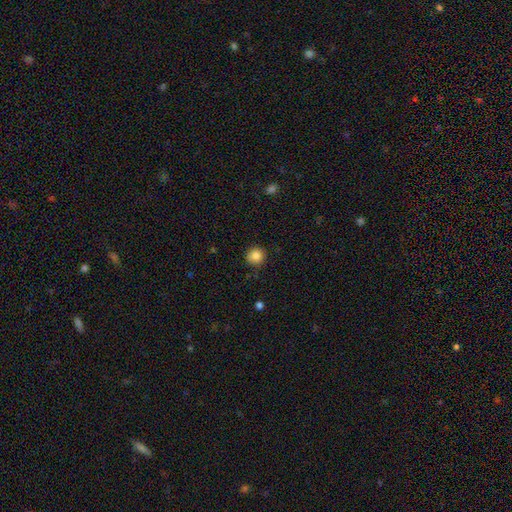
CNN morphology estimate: Smooth or featured? Predicted: smooth (p=0.85). How rounded? Predicted: round (p=0.92). Merging? Predicted: none (p=0.88).